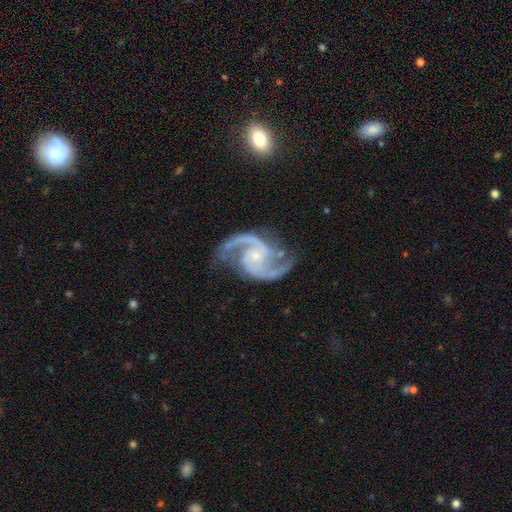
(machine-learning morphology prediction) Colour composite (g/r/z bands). It shows a featured or disk galaxy (94%) with no bar (63%), 2 (92%) medium (66%) spiral arms (99%) and a small central bulge (78%). Merging: none (76%).